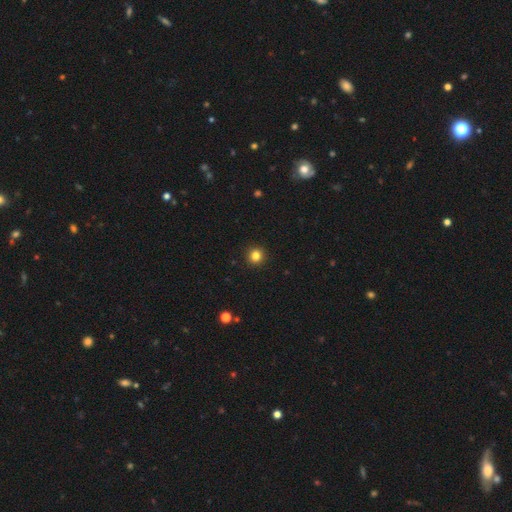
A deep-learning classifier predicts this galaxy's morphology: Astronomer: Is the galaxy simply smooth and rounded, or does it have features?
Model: smooth — 83%.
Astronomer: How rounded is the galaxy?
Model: round — 91%.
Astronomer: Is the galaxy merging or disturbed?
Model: none — 93%.